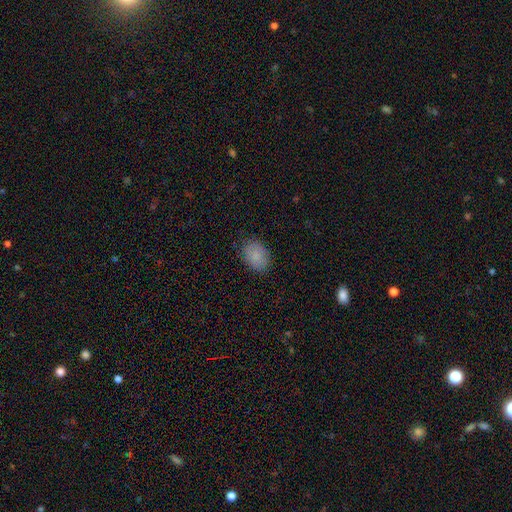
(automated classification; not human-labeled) Morphology: type=smooth (85%); roundness=in between (79%); merging=none (84%).